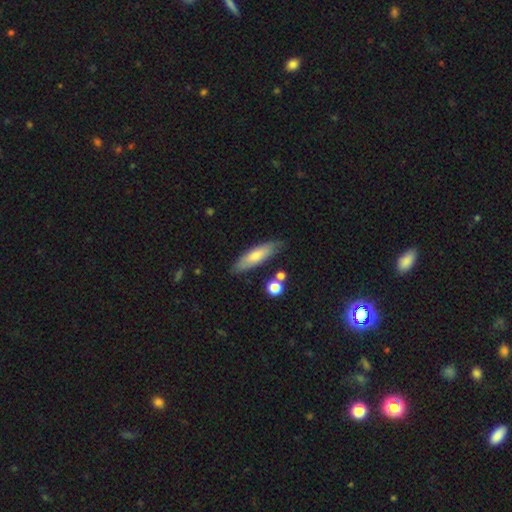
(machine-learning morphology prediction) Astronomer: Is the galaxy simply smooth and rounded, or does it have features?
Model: smooth — 64%.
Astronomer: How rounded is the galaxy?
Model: cigar-shaped — 67%.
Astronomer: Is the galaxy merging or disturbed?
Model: none — 83%.